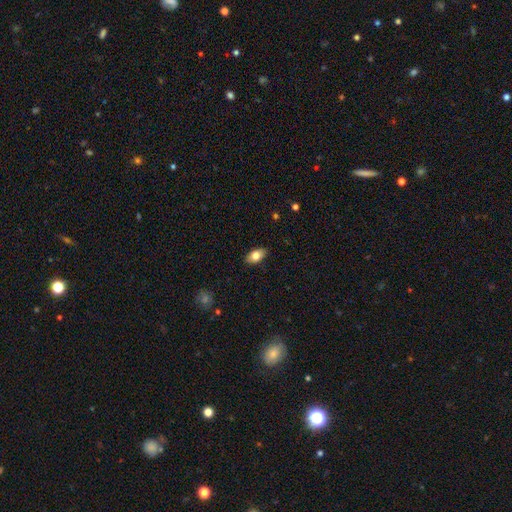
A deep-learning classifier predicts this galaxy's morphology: smooth 78%, featured or disk 15%, star or artifact 7%. Down the decision tree: how rounded — in between (91%); merging — none (88%).